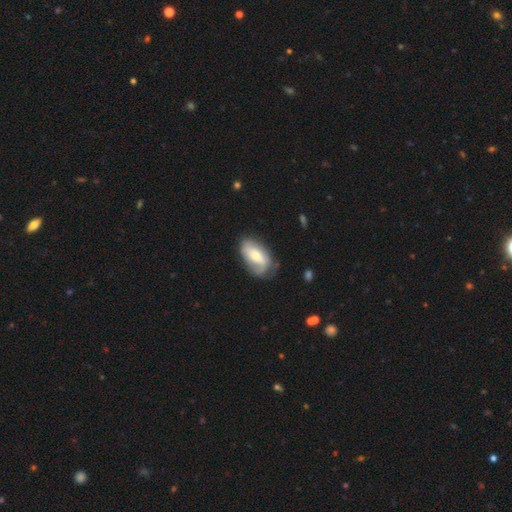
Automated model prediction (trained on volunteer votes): The model was most divided on "bulge size": moderate: 50%, small: 43%, large: 4%, none: 1%, dominant: 1%. More confident: edge-on disk — no (92%); spiral arms — yes (74%); merging — none (60%); smooth or featured — featured or disk (54%); bar — no (51%).